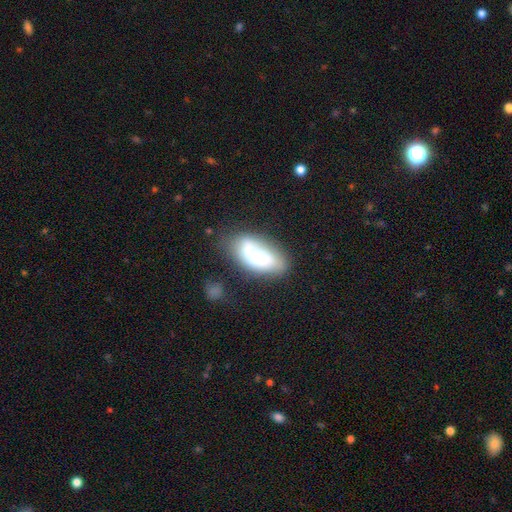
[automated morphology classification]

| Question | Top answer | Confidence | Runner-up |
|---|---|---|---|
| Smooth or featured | smooth | 62% | featured or disk (29%) |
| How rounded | in between | 90% | cigar-shaped (7%) |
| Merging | none | 52% | minor disturbance (26%) |